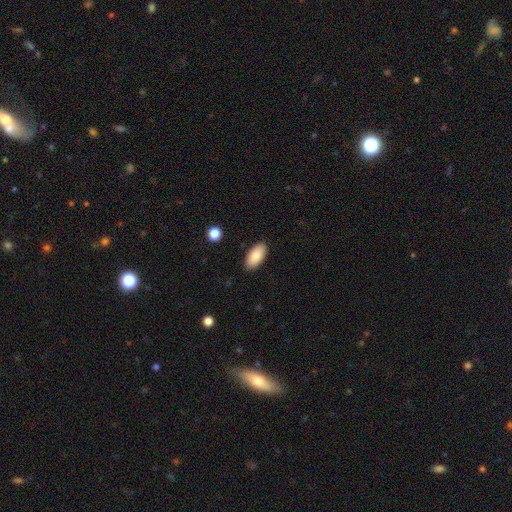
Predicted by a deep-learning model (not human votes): Smooth or featured? Predicted: smooth (p=0.85). How rounded? Predicted: in between (p=0.94). Merging? Predicted: none (p=0.89).